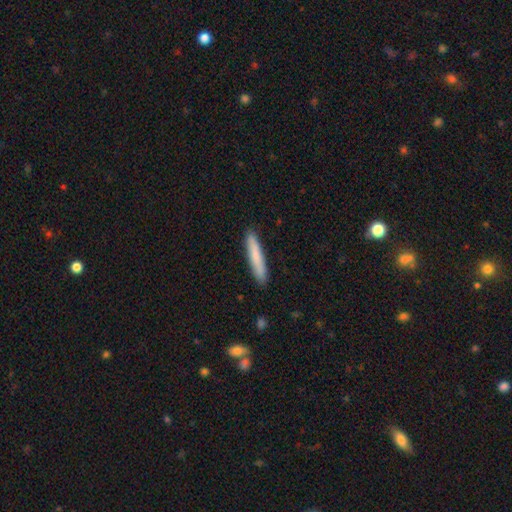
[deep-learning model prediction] Smooth or featured? Predicted: smooth (p=0.76). How rounded? Predicted: cigar-shaped (p=0.93). Merging? Predicted: none (p=0.90).